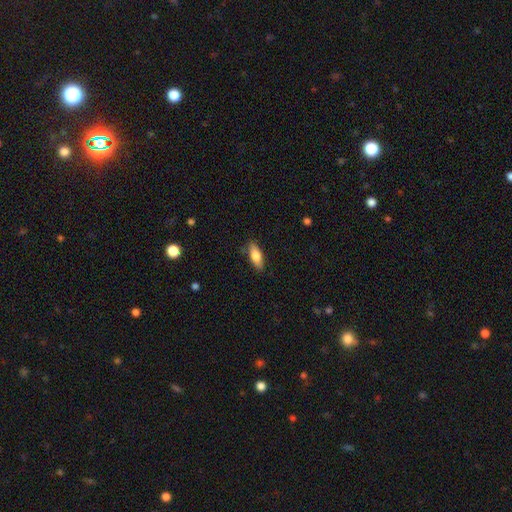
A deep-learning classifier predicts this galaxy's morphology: smooth_or_featured: smooth (p=0.76) [alt: featured or disk p=0.18]
how_rounded: in between (p=0.73) [alt: cigar-shaped p=0.25]
merging: none (p=0.82) [alt: minor disturbance p=0.14]